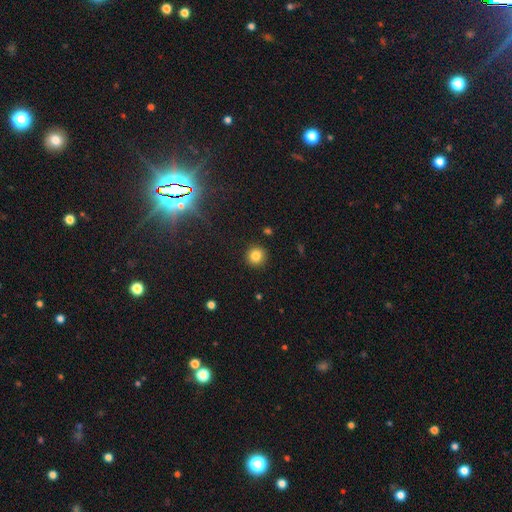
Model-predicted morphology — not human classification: smooth_or_featured: smooth (p=0.83) [alt: star or artifact p=0.11]
how_rounded: round (p=0.93) [alt: in between p=0.06]
merging: none (p=0.92) [alt: minor disturbance p=0.05]